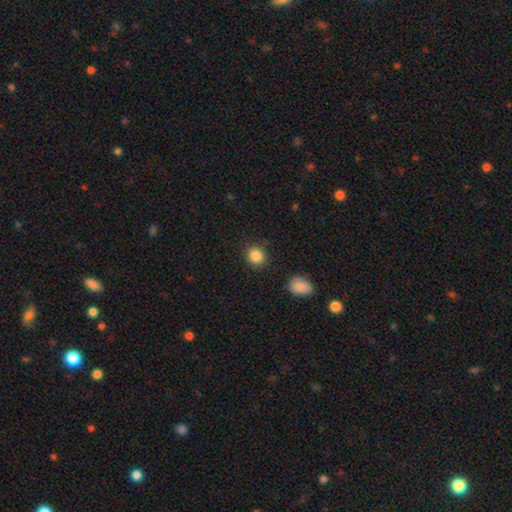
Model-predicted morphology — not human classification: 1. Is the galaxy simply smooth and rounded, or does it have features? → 87% smooth, 10% star or artifact, 4% featured or disk.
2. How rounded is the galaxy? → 77% round, 22% in between, 1% cigar-shaped.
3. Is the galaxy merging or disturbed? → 86% none, 9% minor disturbance, 3% major disturbance, 2% merger.